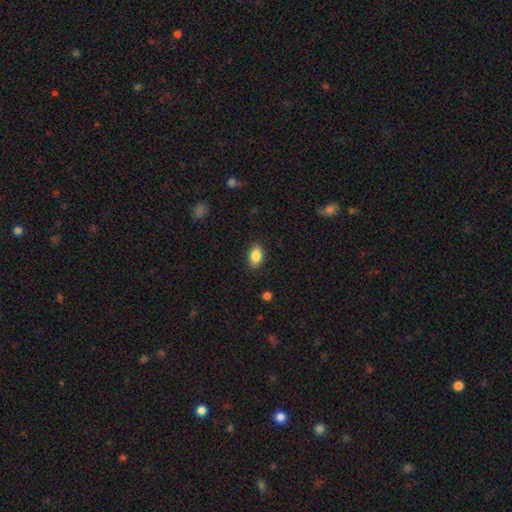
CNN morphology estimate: smooth 87%, star or artifact 8%, featured or disk 5%. Down the decision tree: how rounded — in between (89%); merging — none (88%).